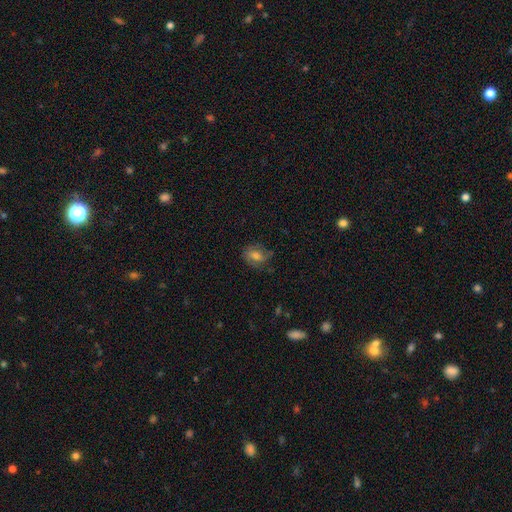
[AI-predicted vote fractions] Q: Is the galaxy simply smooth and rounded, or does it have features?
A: smooth — 57%.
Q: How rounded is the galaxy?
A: in between — 58%.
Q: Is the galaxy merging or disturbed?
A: none — 66%.